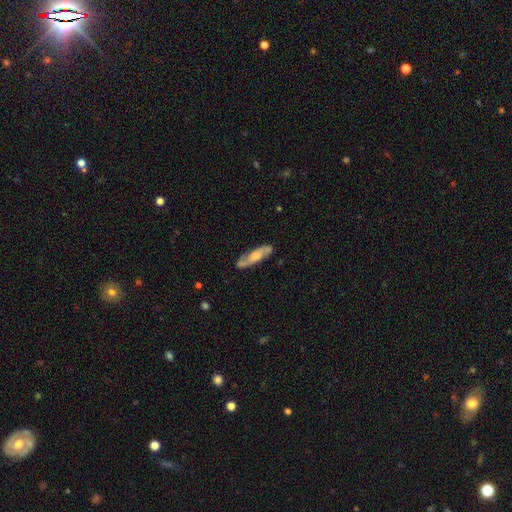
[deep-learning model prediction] Smooth or featured? featured or disk (62%)
Edge-on disk? no (74%)
Merging? none (82%)